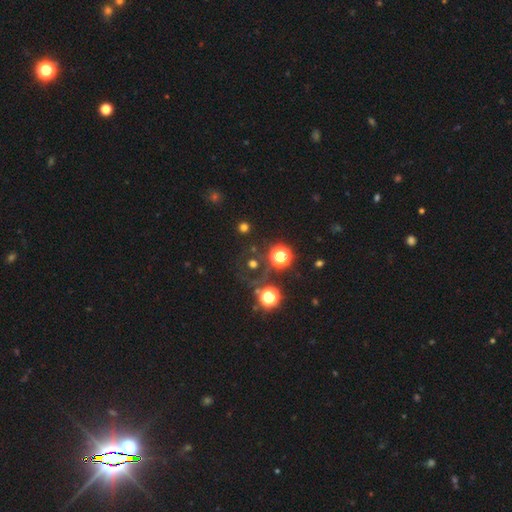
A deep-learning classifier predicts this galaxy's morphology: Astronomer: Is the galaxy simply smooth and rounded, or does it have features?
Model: star or artifact — 68%.